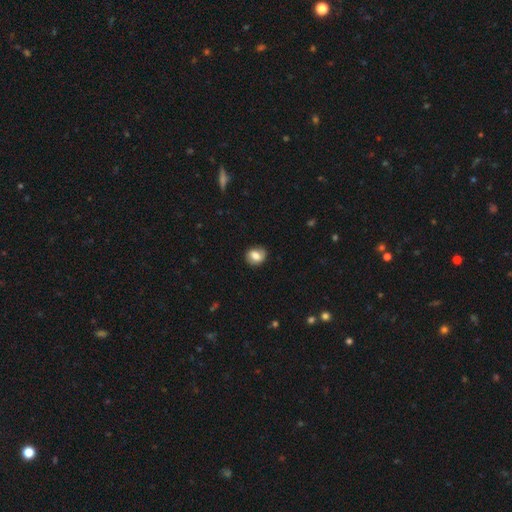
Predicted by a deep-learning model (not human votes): Smooth or featured? smooth (71%)
How rounded? round (63%)
Merging? none (81%)